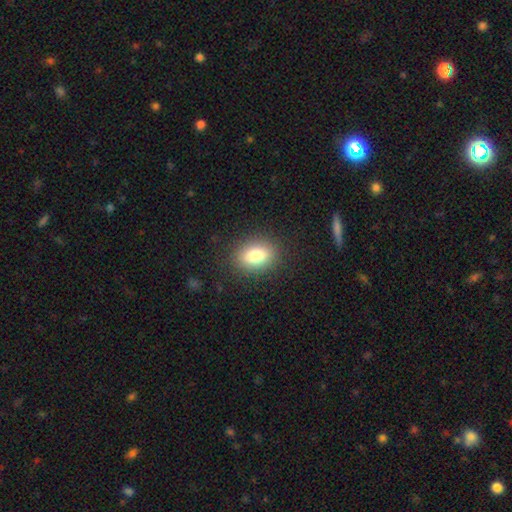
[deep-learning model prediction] Overall: smooth (79%). How rounded: in between (74%). Merging: none (87%).